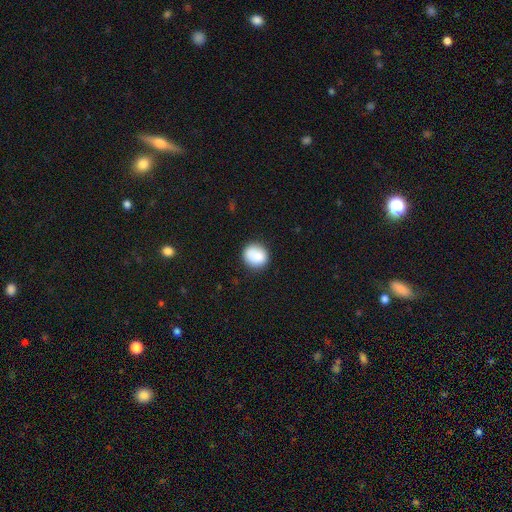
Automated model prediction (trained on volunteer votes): A smooth galaxy with no disk features (85%) that is round (85%). Merging: none (82%).